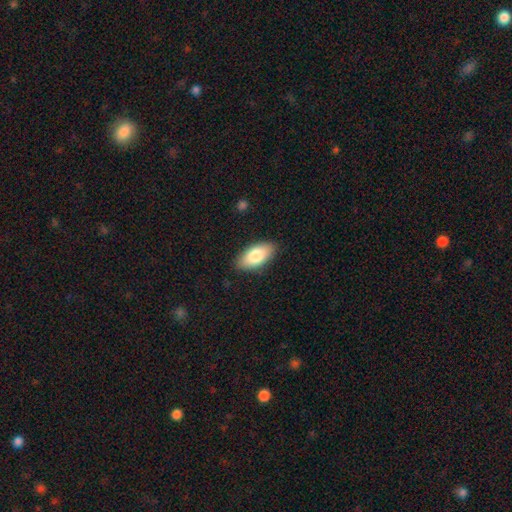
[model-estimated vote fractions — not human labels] A smooth galaxy with no disk features (83%) that is in between round and cigar-shaped (92%).

Vote fractions:
- Smooth or featured? smooth: 83% / featured or disk: 11% / star or artifact: 6%
- How rounded? in between: 92% / cigar-shaped: 5% / round: 2%
- Merging? none: 87% / minor disturbance: 10% / major disturbance: 2% / merger: 1%